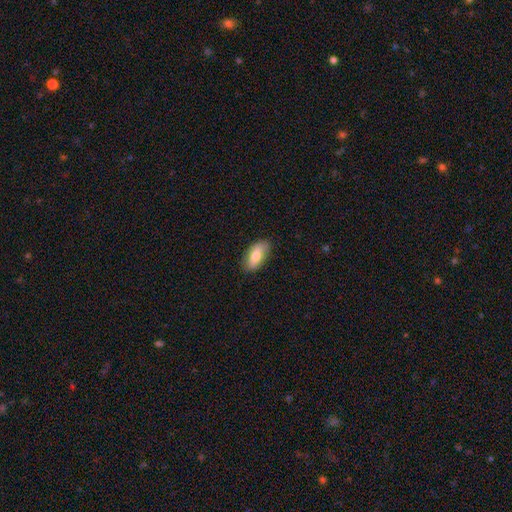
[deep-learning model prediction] Smooth or featured: smooth — 71% (featured or disk — 23%)
How rounded: in between — 87% (cigar-shaped — 10%)
Merging: none — 83% (minor disturbance — 13%)